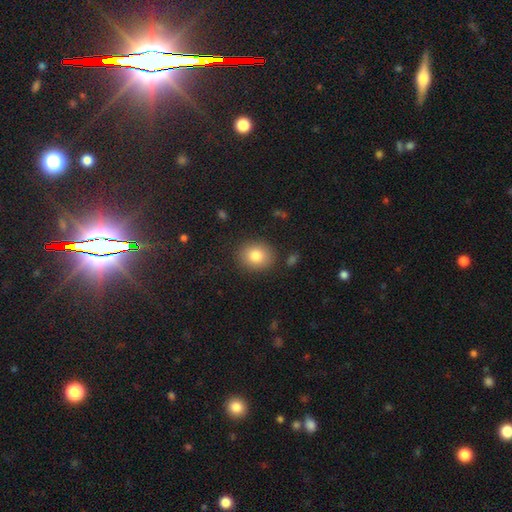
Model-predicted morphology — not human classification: Smooth or featured: smooth — 82% (star or artifact — 9%)
How rounded: round — 68% (in between — 31%)
Merging: none — 87% (minor disturbance — 9%)